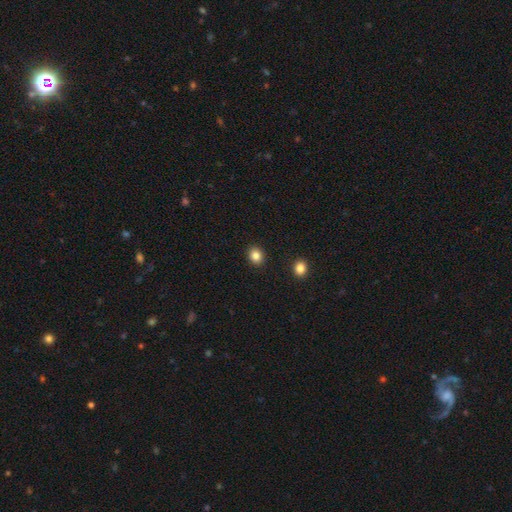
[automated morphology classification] smooth_or_featured: smooth (p=0.85) [alt: star or artifact p=0.11]
how_rounded: round (p=0.66) [alt: in between p=0.33]
merging: none (p=0.91) [alt: minor disturbance p=0.06]